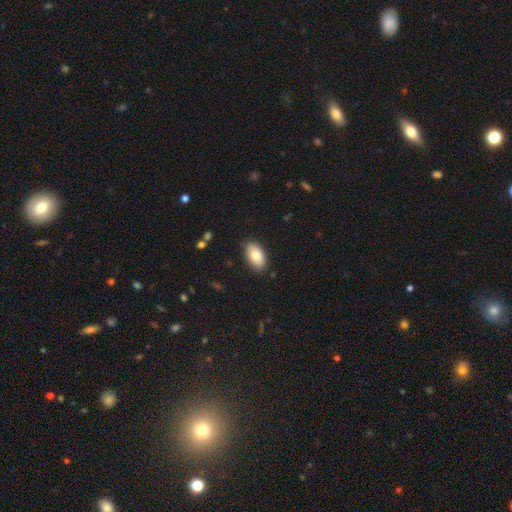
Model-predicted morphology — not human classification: smooth 79%, featured or disk 14%, star or artifact 7%. Down the decision tree: how rounded — in between (94%); merging — none (86%).